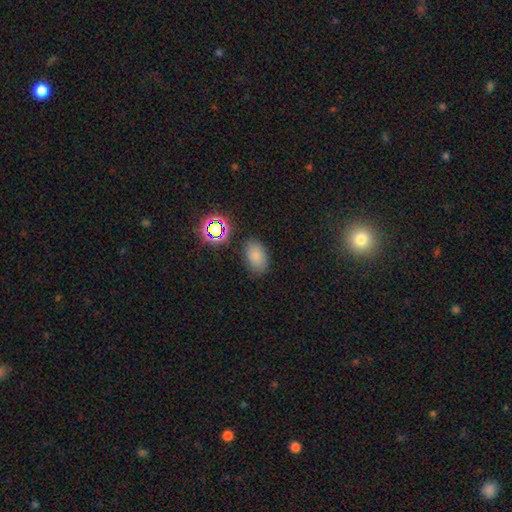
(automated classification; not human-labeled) This appears to be a smooth galaxy with no disk features (77%) that is in between round and cigar-shaped (88%). Merging: none (82%).